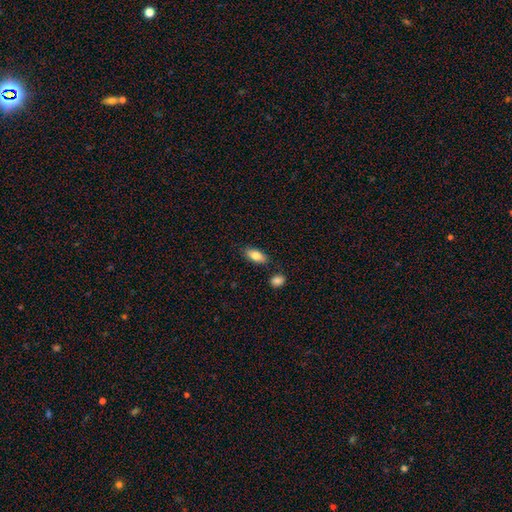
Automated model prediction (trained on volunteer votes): Morphology: type=smooth (81%); roundness=in between (88%); merging=none (82%).